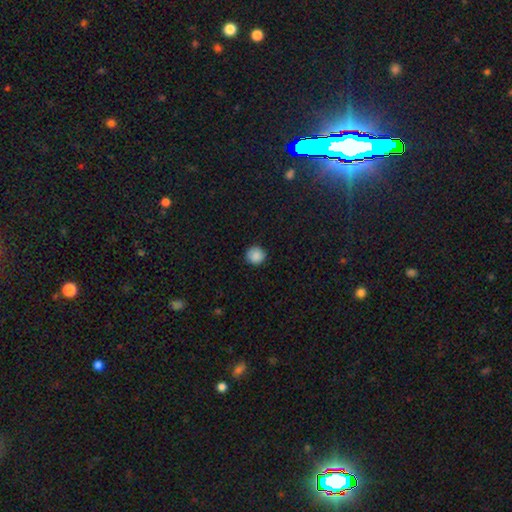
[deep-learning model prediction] A smooth galaxy with no disk features (87%) that is round (93%).

Vote fractions:
- Smooth or featured? smooth: 87% / star or artifact: 9% / featured or disk: 3%
- How rounded? round: 93% / in between: 6% / cigar-shaped: 1%
- Merging? none: 88% / minor disturbance: 9% / major disturbance: 2% / merger: 1%